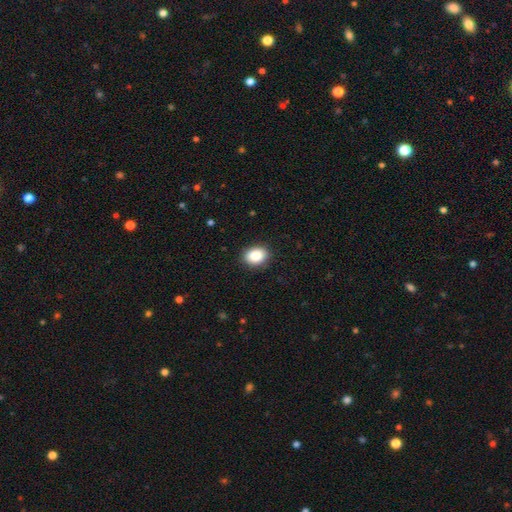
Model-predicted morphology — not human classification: This appears to be a smooth galaxy with no disk features (86%) that is in between round and cigar-shaped (71%). Merging: none (89%).